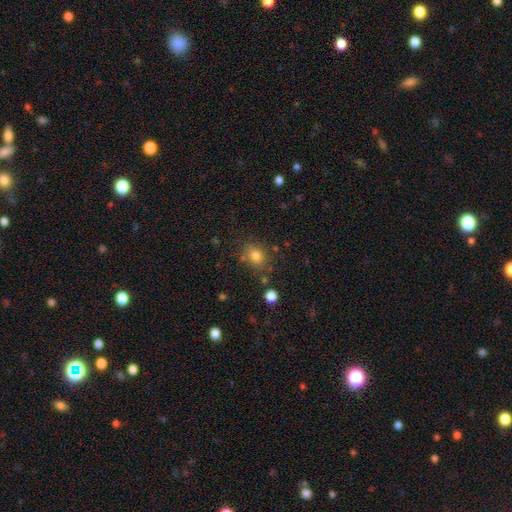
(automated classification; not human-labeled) This appears to be a smooth galaxy with no disk features (79%) that is round (61%). Merging: none (76%).